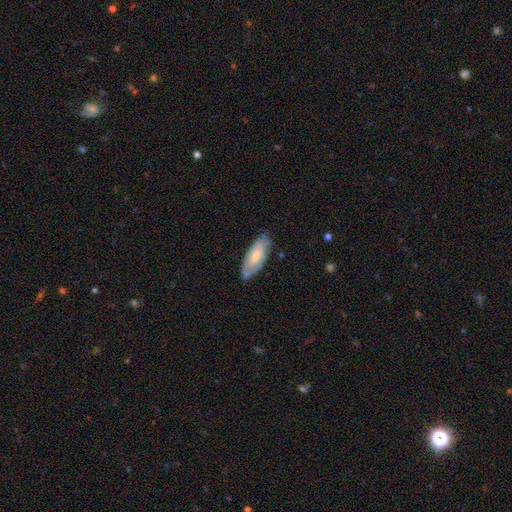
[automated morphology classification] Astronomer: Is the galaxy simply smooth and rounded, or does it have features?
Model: smooth — 61%.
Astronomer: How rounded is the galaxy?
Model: in between — 80%.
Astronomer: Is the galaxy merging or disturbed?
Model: none — 70%.